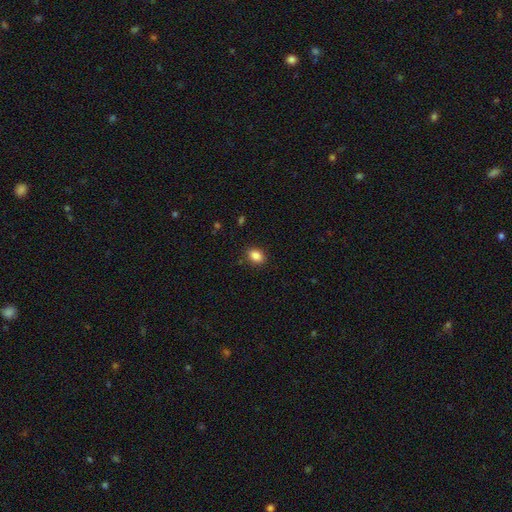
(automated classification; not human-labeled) A smooth galaxy with no disk features (86%) that is in between round and cigar-shaped (67%).

Vote fractions:
- Smooth or featured? smooth: 86% / star or artifact: 9% / featured or disk: 4%
- How rounded? in between: 67% / round: 32% / cigar-shaped: 1%
- Merging? none: 88% / minor disturbance: 9% / major disturbance: 2% / merger: 1%